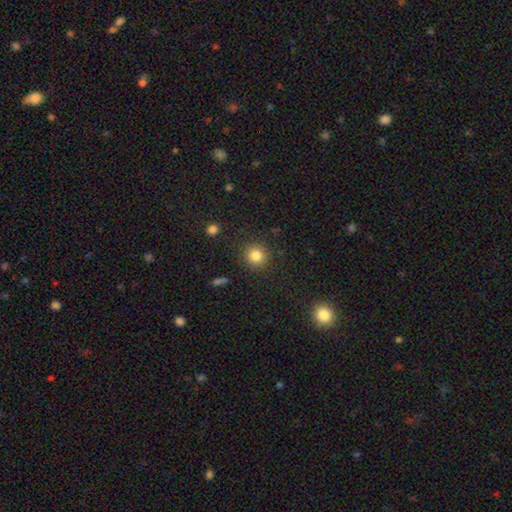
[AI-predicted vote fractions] Morphology: type=smooth (82%); roundness=round (93%); merging=none (90%).